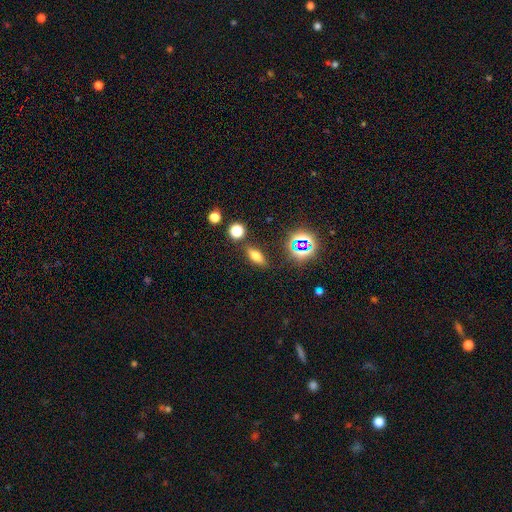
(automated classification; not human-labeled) Overall: smooth (63%). How rounded: in between (72%). Merging: none (82%).